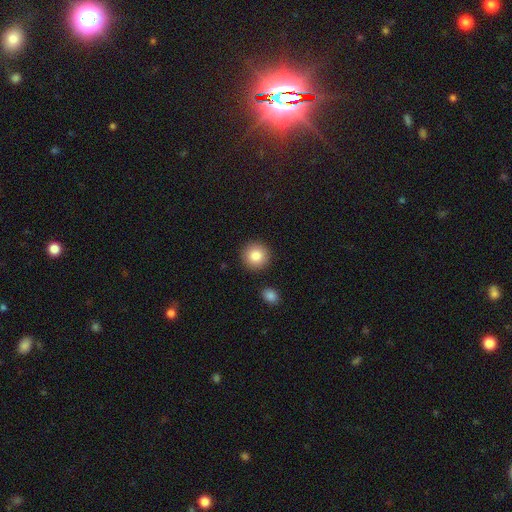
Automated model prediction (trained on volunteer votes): Morphology: type=smooth (86%); roundness=round (94%); merging=none (89%).